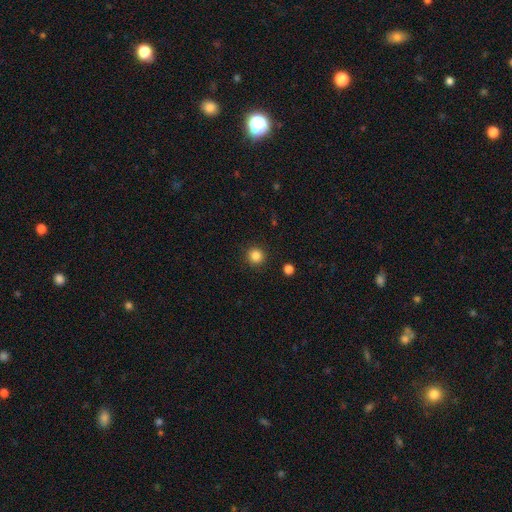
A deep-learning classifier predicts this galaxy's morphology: The model was most divided on "smooth or featured": smooth: 85%, star or artifact: 12%, featured or disk: 4%. More confident: how rounded — round (94%); merging — none (91%).